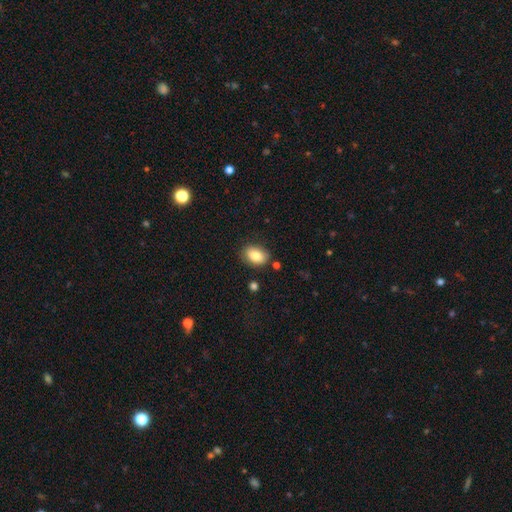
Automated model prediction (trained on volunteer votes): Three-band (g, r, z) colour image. It shows a smooth galaxy with no disk features (81%) that is in between round and cigar-shaped (79%). Merging: none (82%).